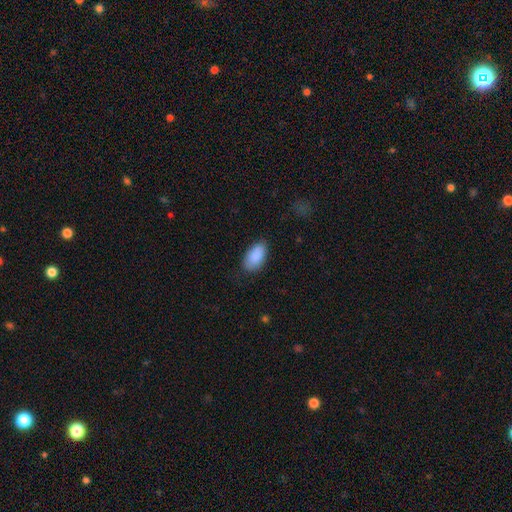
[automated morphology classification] A smooth galaxy with no disk features (89%) that is in between round and cigar-shaped (95%). Merging: none (78%).